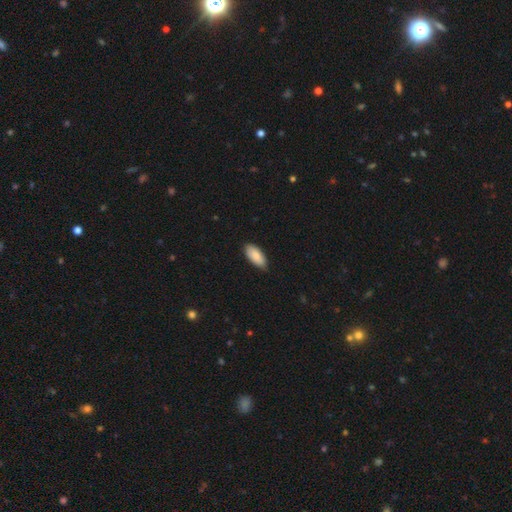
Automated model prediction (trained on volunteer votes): Q: Smooth or featured?
A: smooth (86%); runner-up: featured or disk (8%)
Q: How rounded?
A: in between (90%); runner-up: cigar-shaped (9%)
Q: Merging?
A: none (80%); runner-up: minor disturbance (17%)